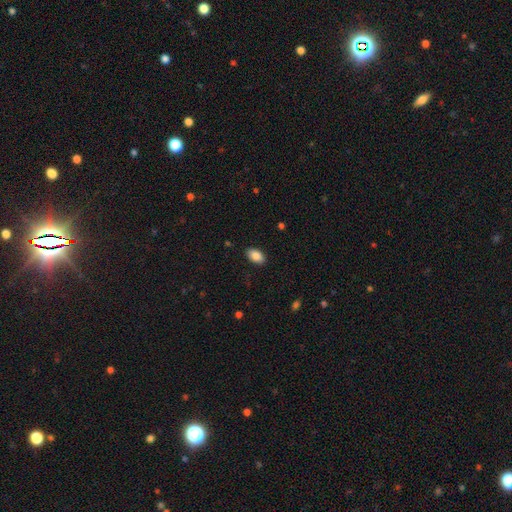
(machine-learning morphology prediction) The model was most divided on "smooth or featured": smooth: 87%, star or artifact: 7%, featured or disk: 6%. More confident: how rounded — in between (93%); merging — none (89%).